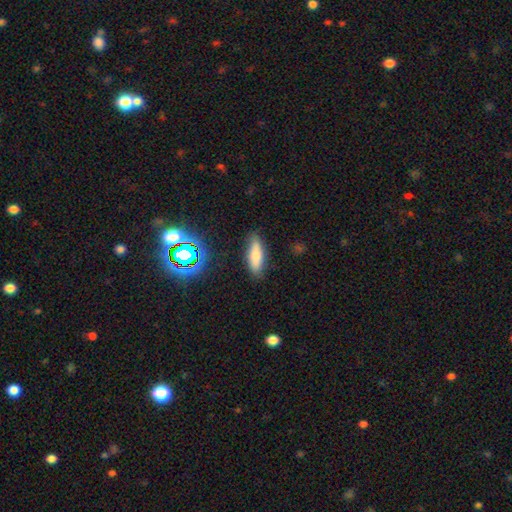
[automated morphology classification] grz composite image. It shows a smooth galaxy with no disk features (71%) that is in between round and cigar-shaped (55%). Merging: none (81%).